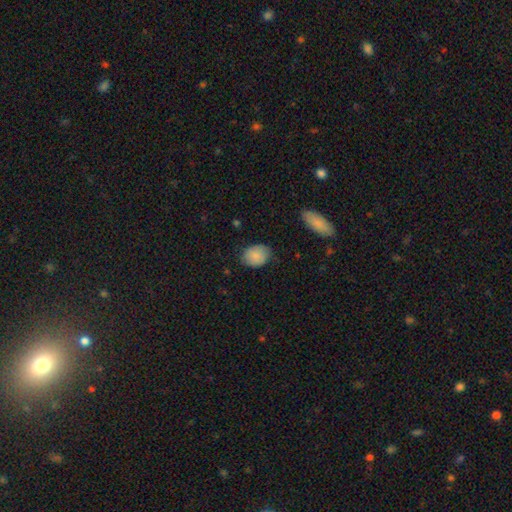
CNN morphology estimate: smooth 86%, star or artifact 7%, featured or disk 7%. Down the decision tree: how rounded — in between (66%); merging — none (80%).